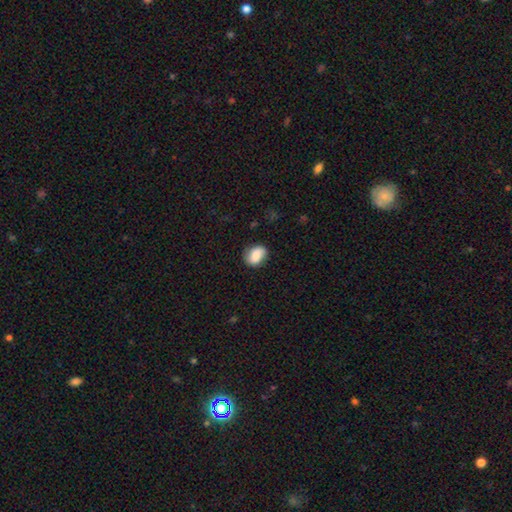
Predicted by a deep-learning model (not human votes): A smooth galaxy with no disk features (78%) that is in between round and cigar-shaped (69%).

Vote fractions:
- Smooth or featured? smooth: 78% / featured or disk: 14% / star or artifact: 8%
- How rounded? in between: 69% / round: 30% / cigar-shaped: 2%
- Merging? none: 76% / minor disturbance: 18% / major disturbance: 4% / merger: 2%